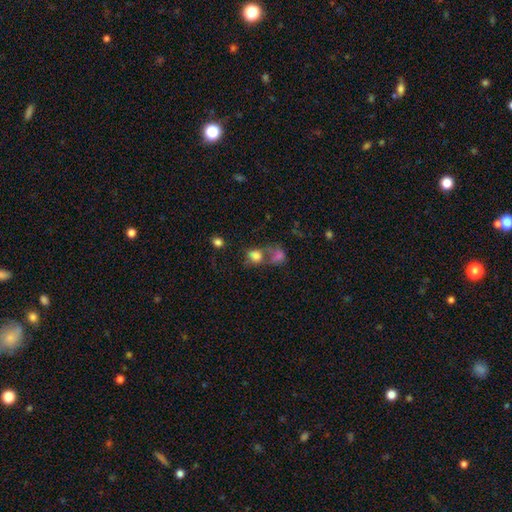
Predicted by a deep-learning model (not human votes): Smooth or featured: smooth — 76% (star or artifact — 12%)
How rounded: round — 55% (in between — 44%)
Merging: merger — 50% (none — 30%)